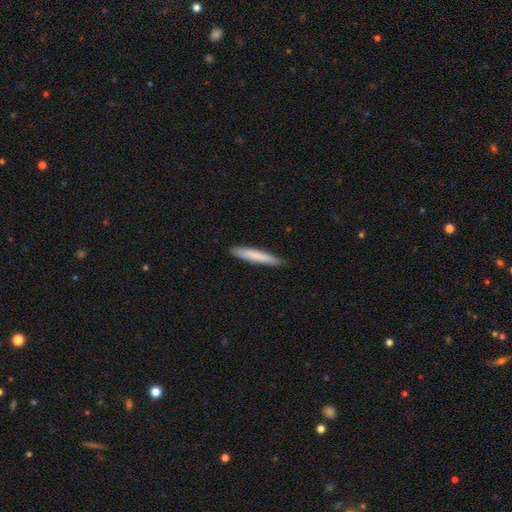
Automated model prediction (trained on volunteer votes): Morphology: type=smooth (76%); roundness=cigar-shaped (95%); merging=none (88%).